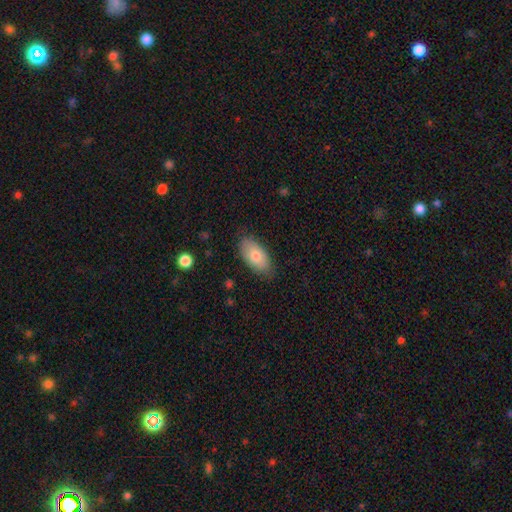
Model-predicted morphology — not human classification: The model was most divided on "smooth or featured": smooth: 77%, featured or disk: 17%, star or artifact: 6%. More confident: how rounded — in between (93%); merging — none (82%).